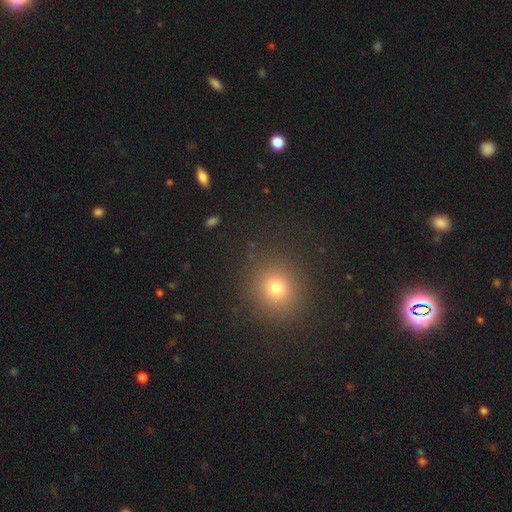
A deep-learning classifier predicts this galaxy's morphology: Smooth or featured? Predicted: smooth (p=0.58). How rounded? Predicted: round (p=0.90). Merging? Predicted: none (p=0.91).